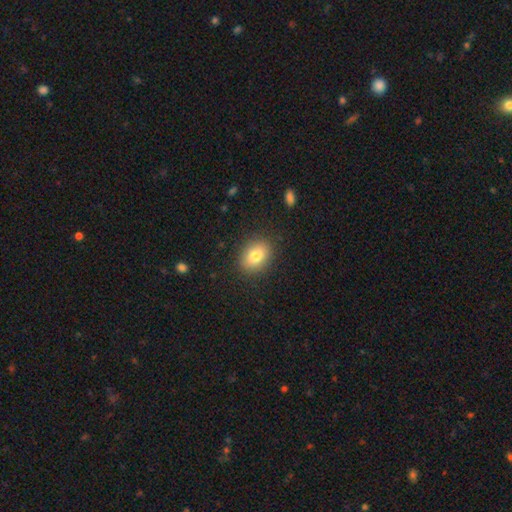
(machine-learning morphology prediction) smooth-or-featured: smooth: 80% | featured or disk: 10% | star or artifact: 9%
  how-rounded: in between: 68% | round: 31% | cigar-shaped: 1%
  merging: none: 87% | minor disturbance: 9% | major disturbance: 3% | merger: 1%